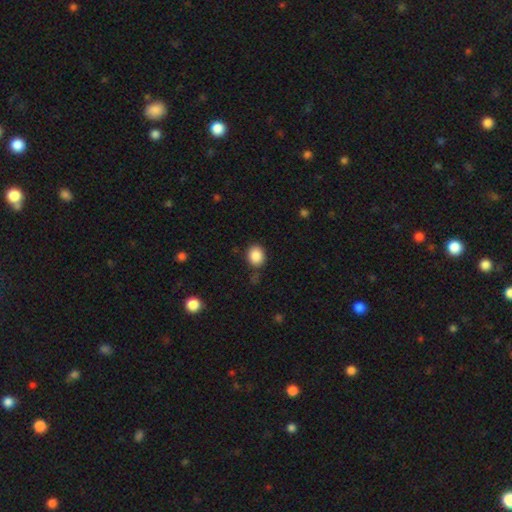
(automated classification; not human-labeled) smooth-or-featured: smooth: 87% | star or artifact: 9% | featured or disk: 4%
  how-rounded: round: 58% | in between: 41% | cigar-shaped: 1%
  merging: none: 81% | minor disturbance: 13% | major disturbance: 4% | merger: 3%